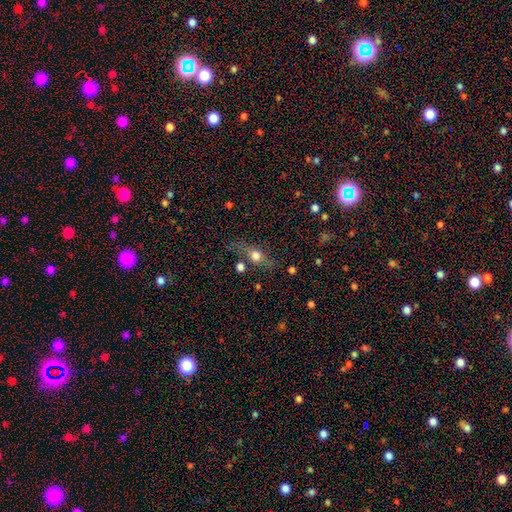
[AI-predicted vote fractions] This appears to be a smooth galaxy with no disk features (59%) that is in between round and cigar-shaped (47%). Merging: none (65%).